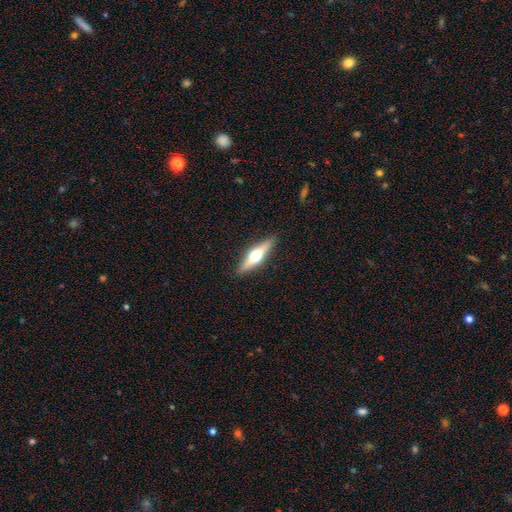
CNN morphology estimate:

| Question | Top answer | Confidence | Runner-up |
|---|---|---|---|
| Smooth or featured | featured or disk | 65% | smooth (29%) |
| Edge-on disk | yes | 96% | no (4%) |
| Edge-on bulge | rounded | 96% | boxy (3%) |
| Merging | none | 90% | minor disturbance (7%) |